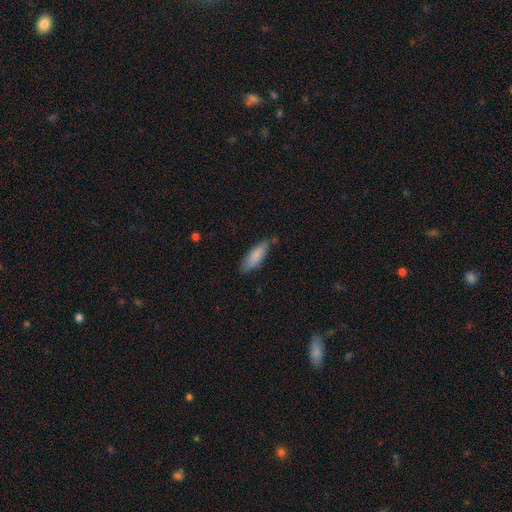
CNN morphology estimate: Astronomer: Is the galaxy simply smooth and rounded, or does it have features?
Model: smooth — 82%.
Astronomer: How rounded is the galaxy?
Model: in between — 58% (runner-up: cigar-shaped, 40%).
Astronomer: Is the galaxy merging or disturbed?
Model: none — 69%.